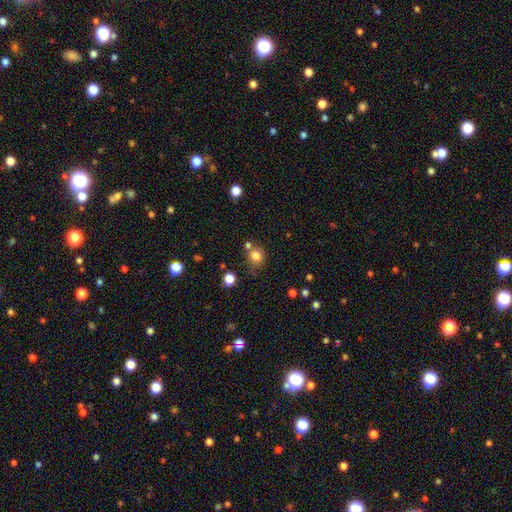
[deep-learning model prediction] Smooth or featured? smooth (81%)
How rounded? round (85%)
Merging? none (62%)